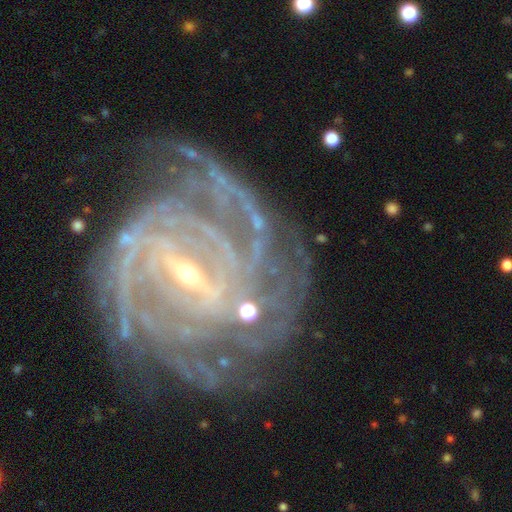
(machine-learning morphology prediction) smooth-or-featured: featured or disk: 91% | star or artifact: 5% | smooth: 4%
  disk-edge-on: no: 97% | yes: 3%
    bar: strong: 51% | weak: 38% | no: 12%
    has-spiral-arms: yes: 98% | no: 2%
      spiral-winding: tight: 74% | medium: 22% | loose: 4%
      spiral-arm-count: 4: 24% | can't tell: 21% | more than 4: 19% | 3: 15% | 2: 13% | 1: 8%
    bulge-size: small: 74% | moderate: 22% | large: 2% | none: 1% | dominant: 1%
  merging: none: 70% | minor disturbance: 18% | major disturbance: 10% | merger: 3%